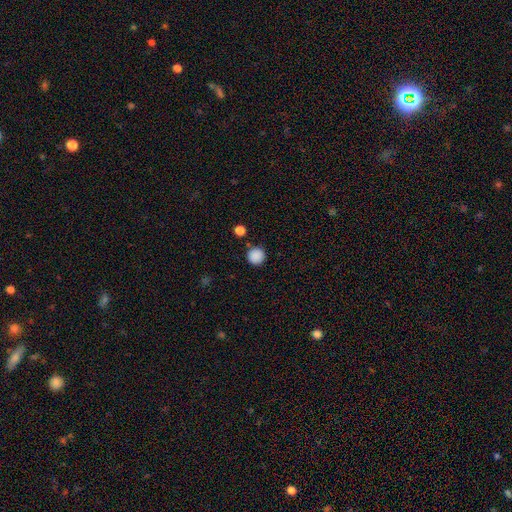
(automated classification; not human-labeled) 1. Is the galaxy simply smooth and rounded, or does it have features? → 88% smooth, 10% star or artifact, 3% featured or disk.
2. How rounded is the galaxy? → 95% round, 4% in between, 1% cigar-shaped.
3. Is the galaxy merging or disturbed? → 88% none, 6% minor disturbance, 3% merger, 2% major disturbance.